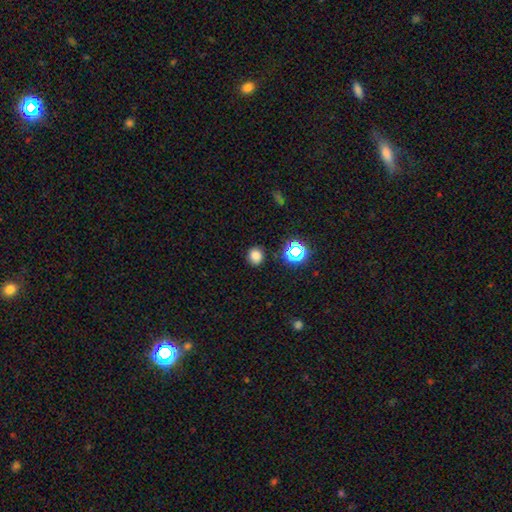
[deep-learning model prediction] A smooth galaxy with no disk features (77%) that is round (80%).

Vote fractions:
- Smooth or featured? smooth: 77% / star or artifact: 18% / featured or disk: 5%
- How rounded? round: 80% / in between: 19% / cigar-shaped: 1%
- Merging? none: 86% / minor disturbance: 9% / major disturbance: 3% / merger: 2%